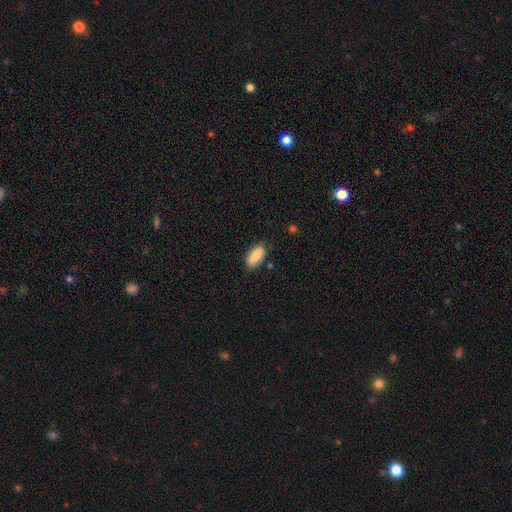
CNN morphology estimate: type=smooth (80%); roundness=in between (89%); merging=none (82%).